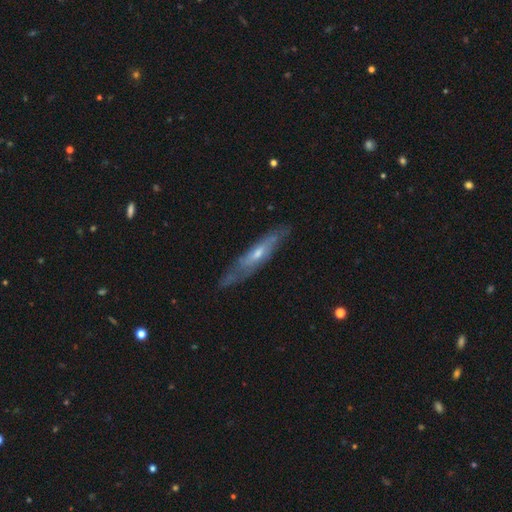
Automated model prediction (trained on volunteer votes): Smooth or featured? Predicted: featured or disk (p=0.68). Edge-on disk? Predicted: yes (p=0.64). Merging? Predicted: none (p=0.78).